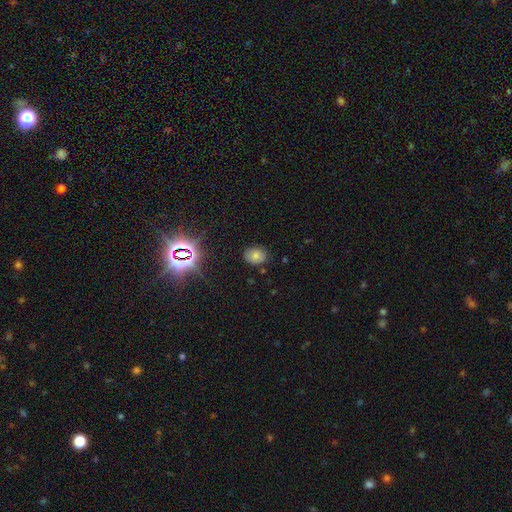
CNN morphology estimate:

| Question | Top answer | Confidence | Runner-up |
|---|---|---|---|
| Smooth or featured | smooth | 46% | star or artifact (39%) |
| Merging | none | 83% | minor disturbance (12%) |